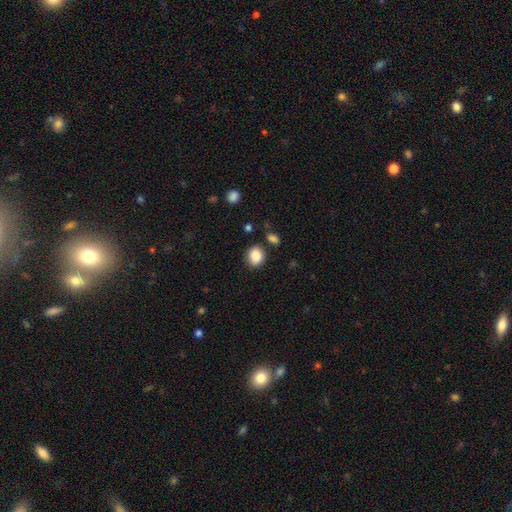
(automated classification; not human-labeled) Smooth or featured? smooth (88%)
How rounded? round (61%)
Merging? none (79%)